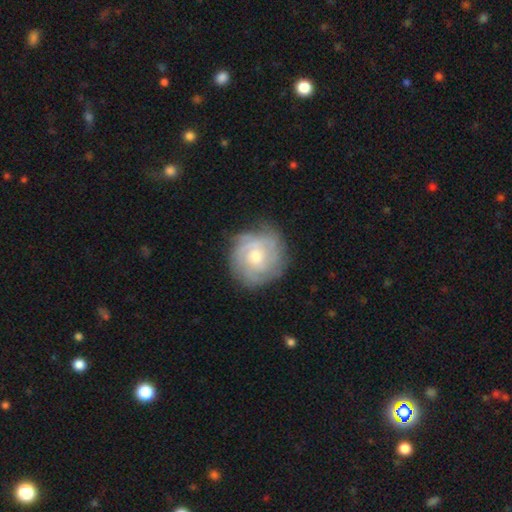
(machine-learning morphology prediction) The model was most divided on "spiral arm count": can't tell: 47%, 3: 18%, 2: 12%, 4: 12%, more than 4: 5%, 1: 5%. More confident: edge-on disk — no (97%); spiral arms — yes (87%); merging — none (75%); bar — no (74%); smooth or featured — featured or disk (71%); spiral winding — tight (71%); bulge size — moderate (64%).